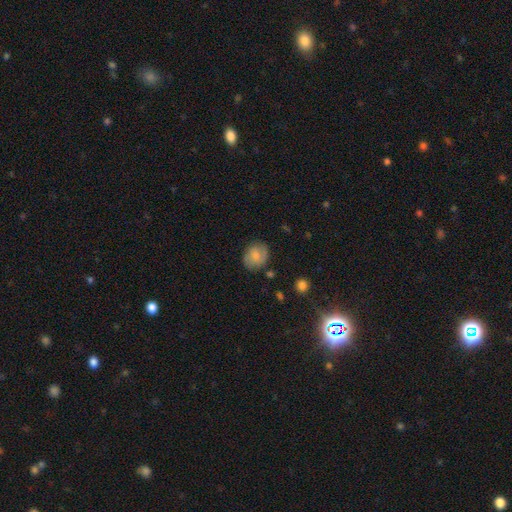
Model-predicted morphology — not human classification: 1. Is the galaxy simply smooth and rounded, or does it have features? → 64% smooth, 28% featured or disk, 8% star or artifact.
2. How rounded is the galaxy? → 60% round, 39% in between, 1% cigar-shaped.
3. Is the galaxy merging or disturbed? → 76% none, 17% minor disturbance, 5% major disturbance, 2% merger.